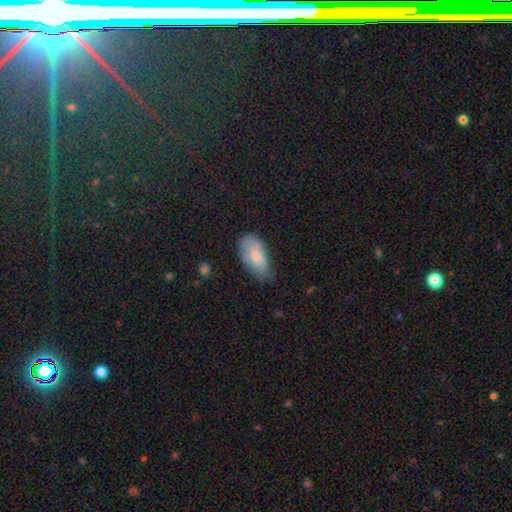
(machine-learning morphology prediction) Smooth or featured? smooth (76%)
How rounded? in between (94%)
Merging? none (53%)